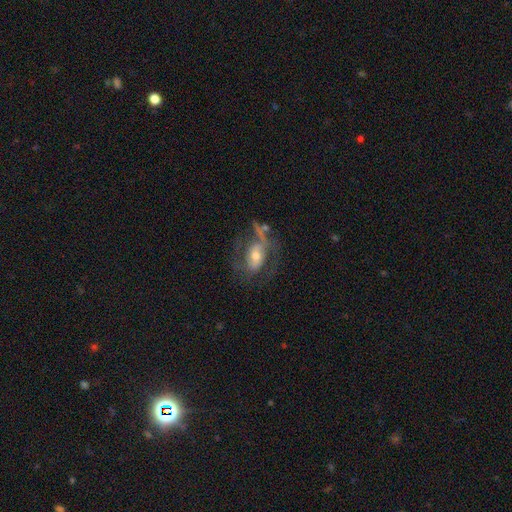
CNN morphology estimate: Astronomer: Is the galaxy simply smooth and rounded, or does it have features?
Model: featured or disk — 68%.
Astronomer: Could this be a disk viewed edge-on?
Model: no — 92%.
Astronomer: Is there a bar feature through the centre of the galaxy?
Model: no — 52% (runner-up: weak, 30%).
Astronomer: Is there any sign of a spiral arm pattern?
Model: yes — 61% (runner-up: no, 39%).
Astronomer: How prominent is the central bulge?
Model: moderate — 55% (runner-up: small, 36%).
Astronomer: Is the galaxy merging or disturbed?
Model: none — 41% (runner-up: major disturbance, 31%).